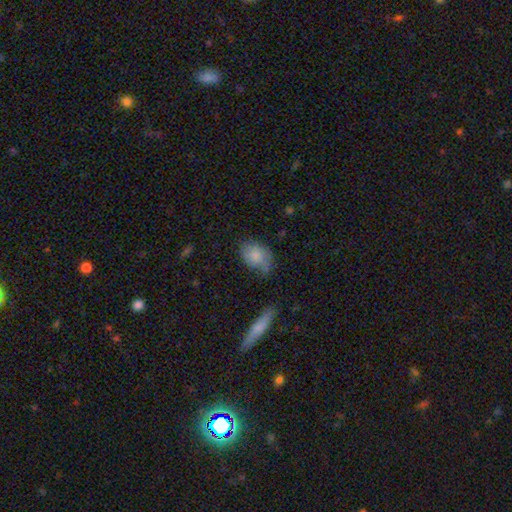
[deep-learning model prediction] Smooth or featured?
  - smooth: 78% *
  - featured or disk: 15%
  - star or artifact: 7%
How rounded?
  - in between: 80% *
  - round: 19%
  - cigar-shaped: 1%
Merging?
  - none: 54% *
  - minor disturbance: 31%
  - major disturbance: 10%
  - merger: 4%